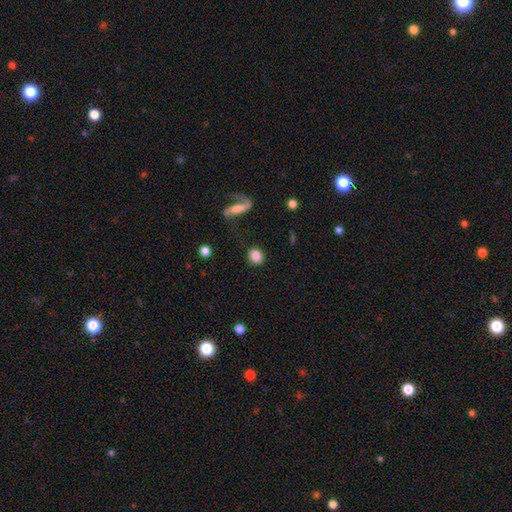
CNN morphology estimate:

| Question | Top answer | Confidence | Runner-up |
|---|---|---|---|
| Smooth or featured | smooth | 84% | star or artifact (8%) |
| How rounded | round | 70% | in between (28%) |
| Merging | none | 80% | minor disturbance (11%) |